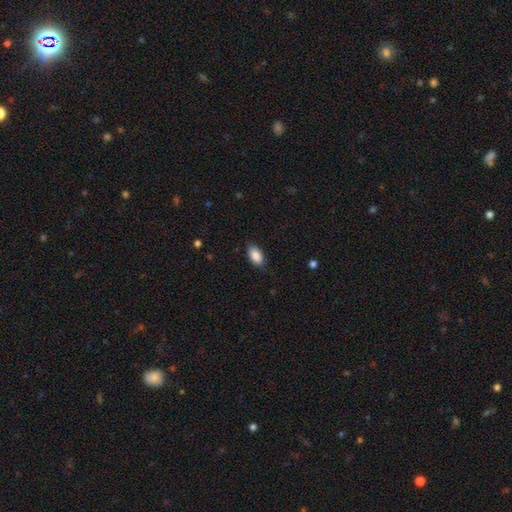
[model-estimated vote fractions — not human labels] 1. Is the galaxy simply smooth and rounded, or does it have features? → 89% smooth, 7% star or artifact, 4% featured or disk.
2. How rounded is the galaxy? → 93% in between, 5% round, 3% cigar-shaped.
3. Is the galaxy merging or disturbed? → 83% none, 13% minor disturbance, 3% major disturbance, 1% merger.